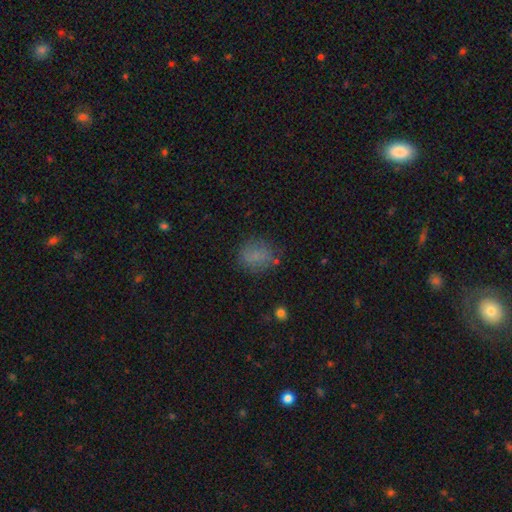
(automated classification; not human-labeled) Q: Smooth or featured?
A: smooth (77%); runner-up: star or artifact (13%)
Q: How rounded?
A: round (65%); runner-up: in between (33%)
Q: Merging?
A: none (74%); runner-up: minor disturbance (18%)